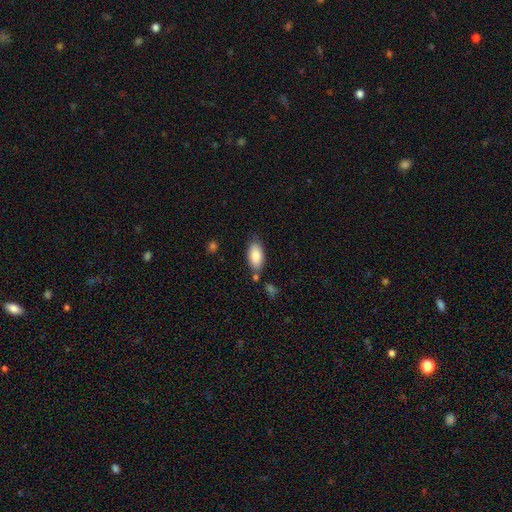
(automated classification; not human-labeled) Morphology: type=smooth (85%); roundness=in between (91%); merging=none (72%).